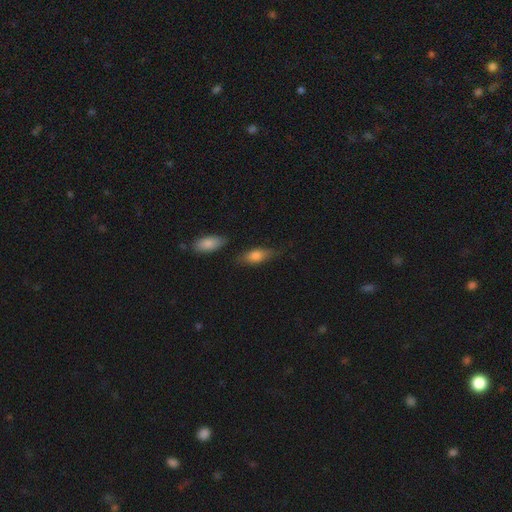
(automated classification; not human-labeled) Smooth or featured: smooth — 75% (featured or disk — 18%)
How rounded: in between — 76% (cigar-shaped — 20%)
Merging: none — 70% (minor disturbance — 20%)